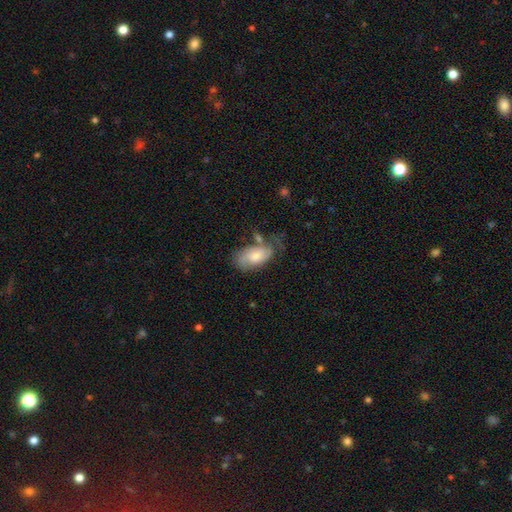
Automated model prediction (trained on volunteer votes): smooth-or-featured: smooth: 51% | featured or disk: 42% | star or artifact: 7%
  how-rounded: in between: 92% | round: 5% | cigar-shaped: 3%
  merging: none: 43% | minor disturbance: 28% | major disturbance: 17% | merger: 12%